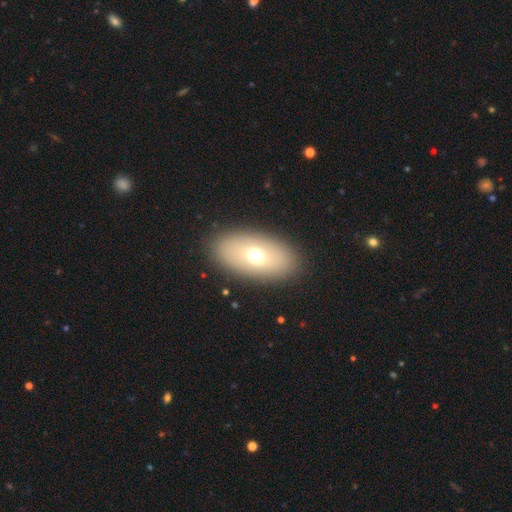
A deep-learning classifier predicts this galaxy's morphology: type=smooth (64%); roundness=in between (90%); merging=none (89%).